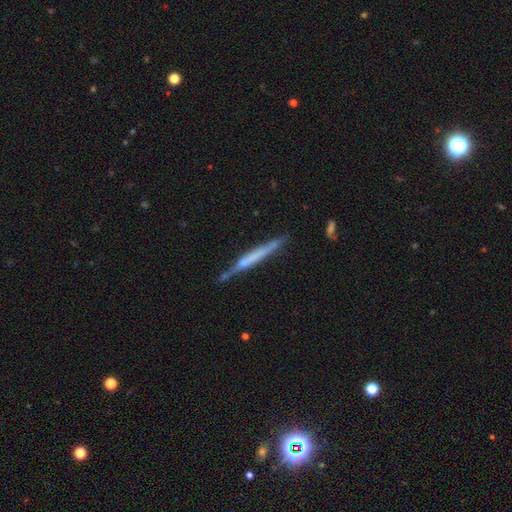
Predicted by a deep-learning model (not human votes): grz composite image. It shows a featured or disk galaxy (58%) viewed edge-on (95%) with no central bulge (71%). Merging: none (75%).